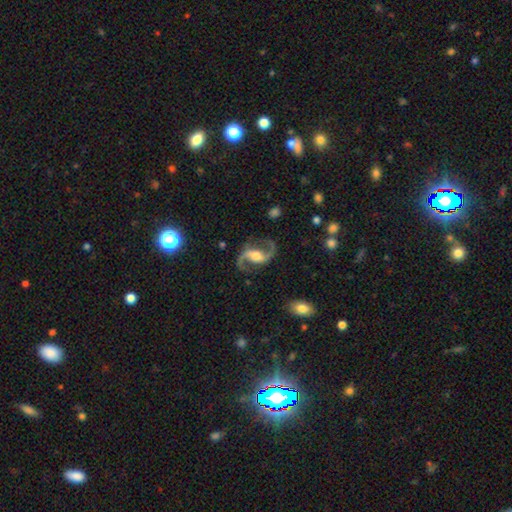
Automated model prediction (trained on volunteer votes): Overall: featured or disk (92%). Edge-on disk: no (98%). Bar: weak (41%; strong 30%). Spiral arms: yes (98%). Spiral arm count: 2 (94%). Spiral winding: loose (53%; medium 41%). Bulge size: moderate (52%; large 21%). Merging: none (80%).